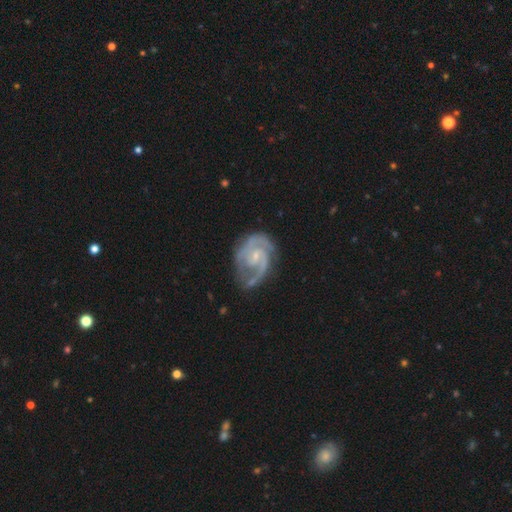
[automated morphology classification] smooth_or_featured: featured or disk (p=0.90) [alt: smooth p=0.06]
disk_edge_on: no (p=0.98) [alt: yes p=0.02]
bar: no (p=0.47) [alt: weak p=0.44]
has_spiral_arms: yes (p=0.97) [alt: no p=0.03]
spiral_winding: medium (p=0.46) [alt: tight p=0.45]
spiral_arm_count: 2 (p=0.71) [alt: 3 p=0.13]
bulge_size: small (p=0.69) [alt: moderate p=0.22]
merging: none (p=0.63) [alt: minor disturbance p=0.23]